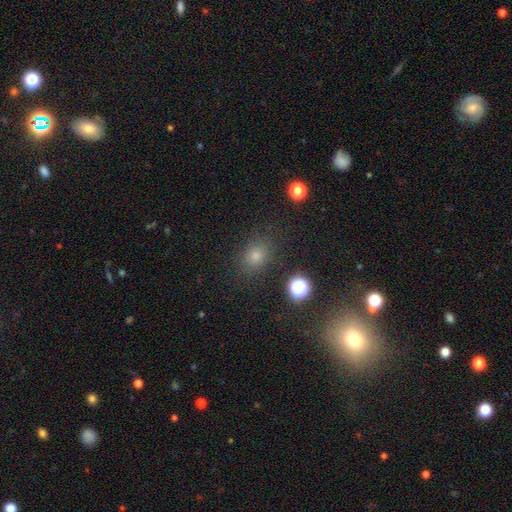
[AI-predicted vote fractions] Smooth or featured? Predicted: smooth (p=0.69). How rounded? Predicted: round (p=0.55). Merging? Predicted: none (p=0.85).